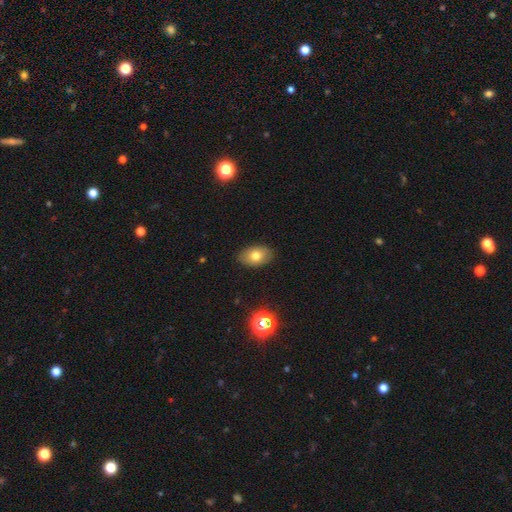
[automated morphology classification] Q: Smooth or featured?
A: smooth (76%); runner-up: featured or disk (15%)
Q: How rounded?
A: in between (85%); runner-up: round (13%)
Q: Merging?
A: none (87%); runner-up: minor disturbance (10%)